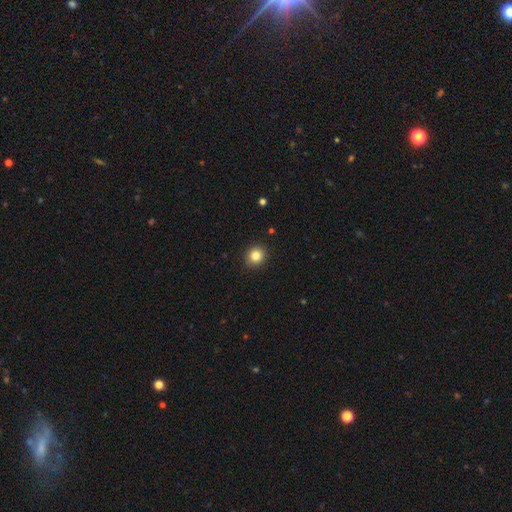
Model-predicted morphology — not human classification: A smooth galaxy with no disk features (84%) that is round (87%).

Vote fractions:
- Smooth or featured? smooth: 84% / star or artifact: 11% / featured or disk: 5%
- How rounded? round: 87% / in between: 12% / cigar-shaped: 1%
- Merging? none: 92% / minor disturbance: 6% / major disturbance: 2% / merger: 1%